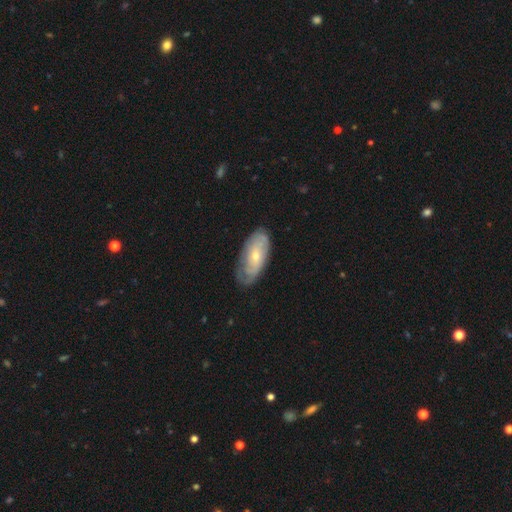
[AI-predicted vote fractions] Smooth or featured?
  - featured or disk: 63% *
  - smooth: 31%
  - star or artifact: 6%
Edge-on disk?
  - no: 90% *
  - yes: 10%
Bar?
  - no: 76% *
  - weak: 20%
  - strong: 4%
Spiral arms?
  - yes: 77% *
  - no: 23%
Bulge size?
  - small: 59% *
  - moderate: 37%
  - large: 2%
  - none: 1%
  - dominant: 1%
Merging?
  - none: 70% *
  - minor disturbance: 22%
  - major disturbance: 7%
  - merger: 1%